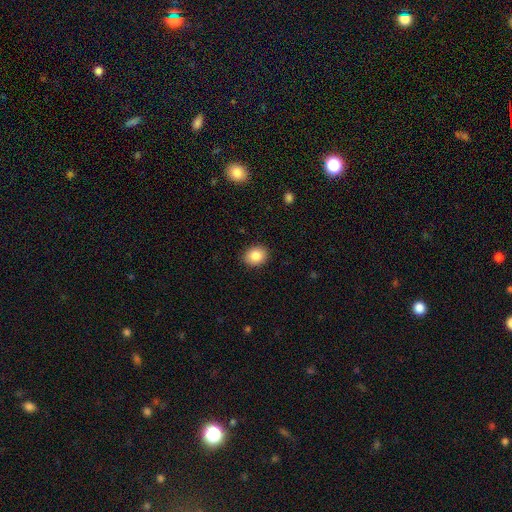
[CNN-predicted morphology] Smooth or featured?
  - smooth: 85% *
  - star or artifact: 9%
  - featured or disk: 7%
How rounded?
  - round: 51% *
  - in between: 48%
  - cigar-shaped: 1%
Merging?
  - none: 90% *
  - minor disturbance: 7%
  - major disturbance: 2%
  - merger: 1%